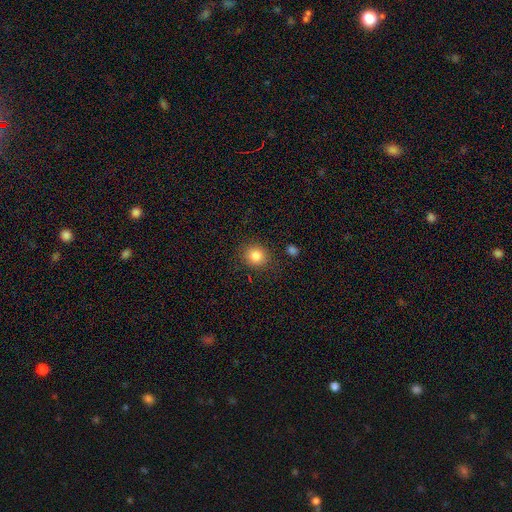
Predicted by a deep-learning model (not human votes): Q: Smooth or featured?
A: smooth (84%); runner-up: star or artifact (10%)
Q: How rounded?
A: round (82%); runner-up: in between (18%)
Q: Merging?
A: none (84%); runner-up: minor disturbance (10%)